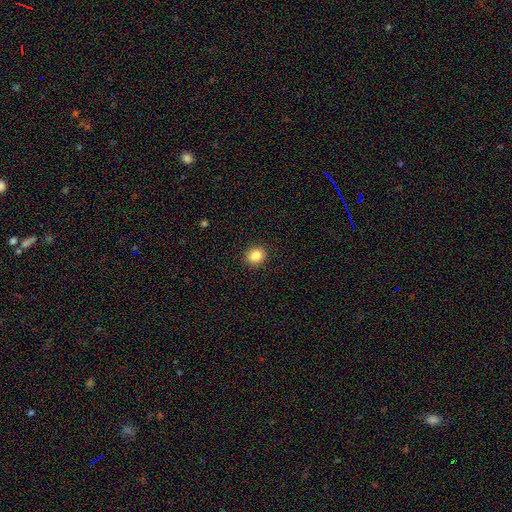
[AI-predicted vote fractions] smooth-or-featured: smooth: 85% | star or artifact: 10% | featured or disk: 5%
  how-rounded: round: 79% | in between: 20% | cigar-shaped: 1%
  merging: none: 92% | minor disturbance: 6% | major disturbance: 2% | merger: 1%